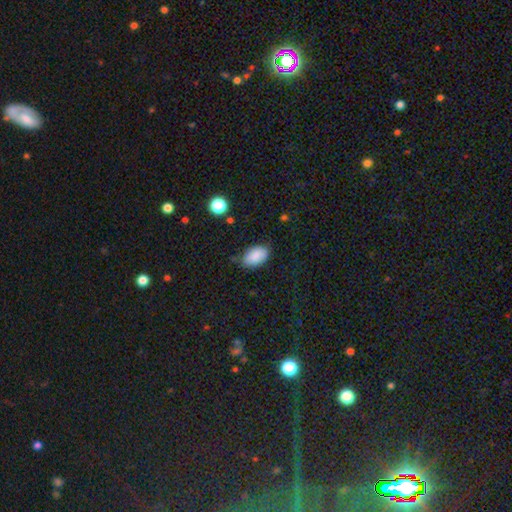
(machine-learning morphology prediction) A smooth galaxy with no disk features (87%) that is in between round and cigar-shaped (92%).

Vote fractions:
- Smooth or featured? smooth: 87% / star or artifact: 8% / featured or disk: 5%
- How rounded? in between: 92% / round: 6% / cigar-shaped: 2%
- Merging? none: 73% / minor disturbance: 21% / major disturbance: 4% / merger: 2%